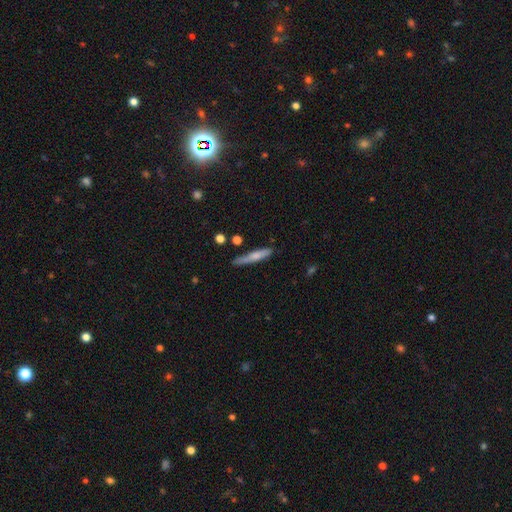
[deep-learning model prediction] A smooth galaxy with no disk features (65%) that is cigar-shaped (89%). Merging: none (68%).